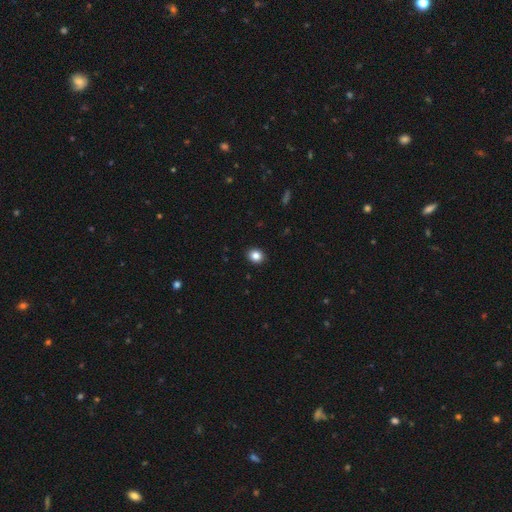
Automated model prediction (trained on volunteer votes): Q: Smooth or featured?
A: smooth (85%); runner-up: star or artifact (10%)
Q: How rounded?
A: round (70%); runner-up: in between (30%)
Q: Merging?
A: none (92%); runner-up: minor disturbance (5%)